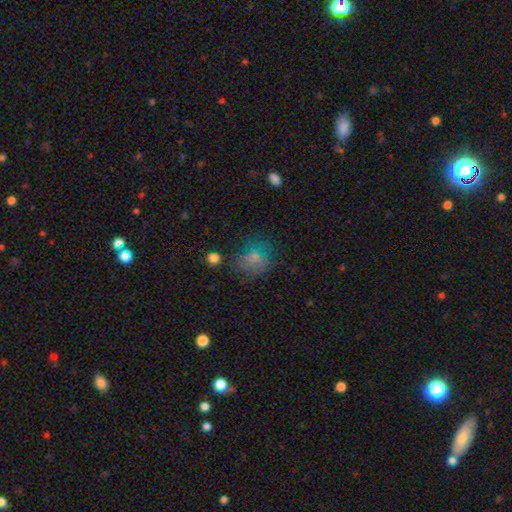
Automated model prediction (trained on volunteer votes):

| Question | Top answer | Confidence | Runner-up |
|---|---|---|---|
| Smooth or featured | smooth | 67% | featured or disk (18%) |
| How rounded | round | 58% | in between (41%) |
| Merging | none | 51% | minor disturbance (24%) |